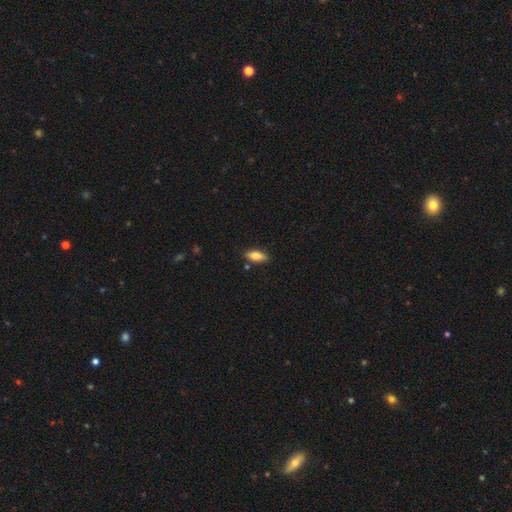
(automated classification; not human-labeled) Morphology: type=smooth (82%); roundness=in between (80%); merging=none (85%).